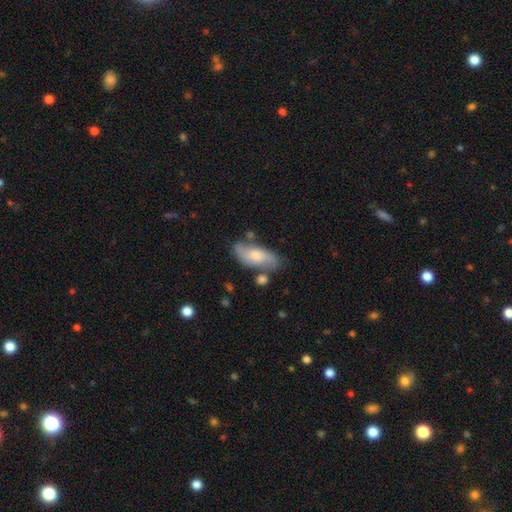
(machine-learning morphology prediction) type=featured or disk (49%); merging=none (60%).